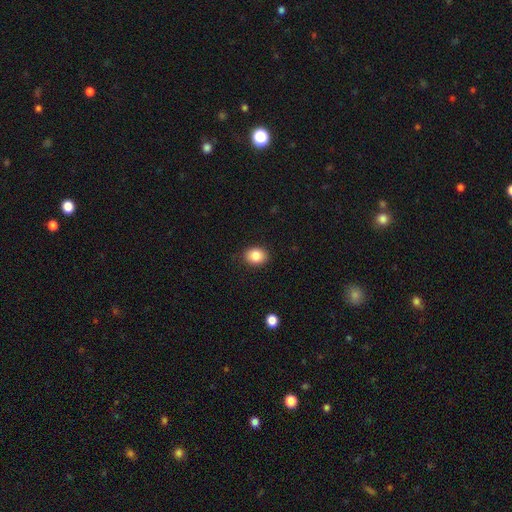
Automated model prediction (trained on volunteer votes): Overall: smooth (85%). How rounded: in between (55%; round 44%). Merging: none (87%).